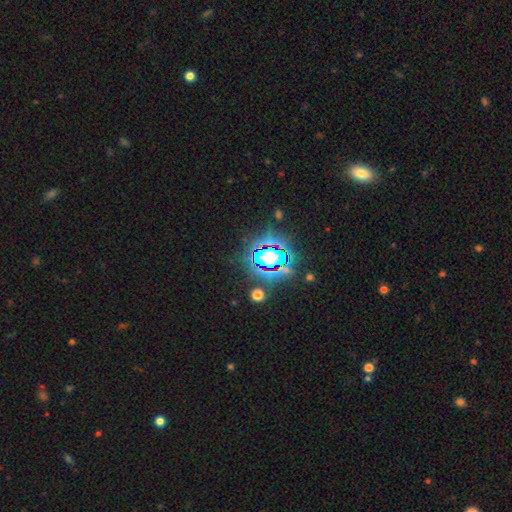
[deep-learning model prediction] This appears to be a star or artifact, not a galaxy (81%).